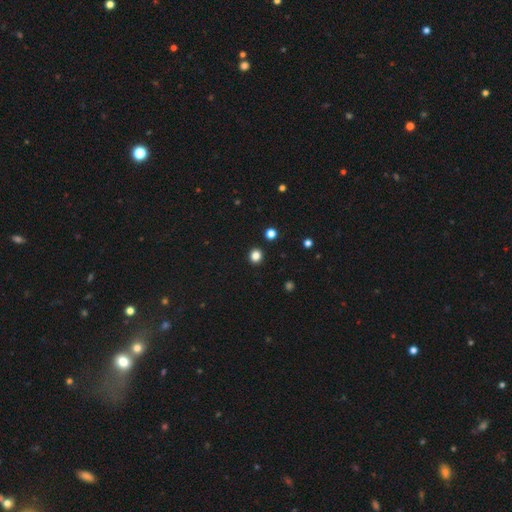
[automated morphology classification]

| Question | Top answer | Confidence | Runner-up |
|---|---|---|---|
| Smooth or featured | smooth | 84% | star or artifact (13%) |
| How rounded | round | 88% | in between (11%) |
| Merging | none | 92% | minor disturbance (4%) |